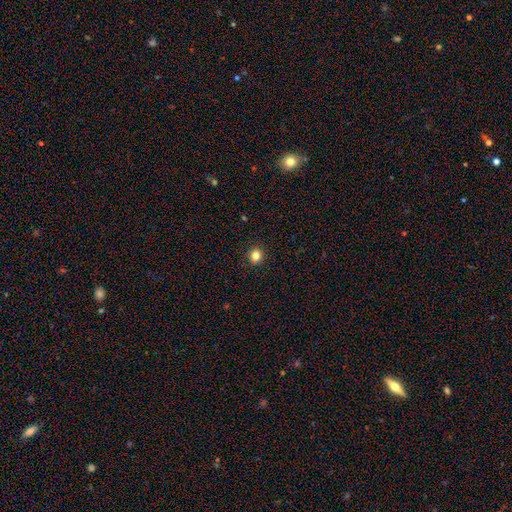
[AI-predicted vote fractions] smooth 83%, star or artifact 12%, featured or disk 5%. Down the decision tree: how rounded — round (85%); merging — none (92%).